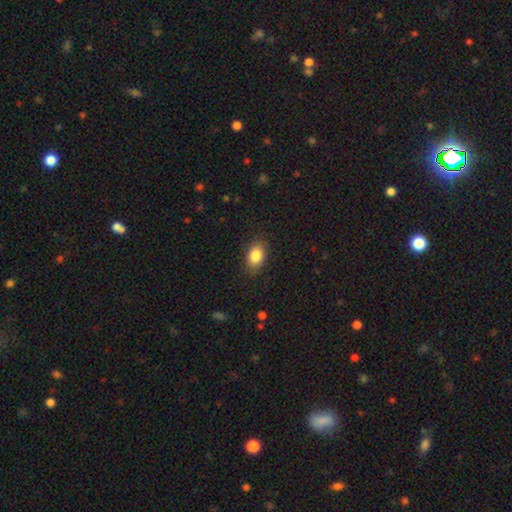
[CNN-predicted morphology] This is clearly a smooth galaxy (85%). How rounded: clearly in between (82%). Merging: clearly none (86%).